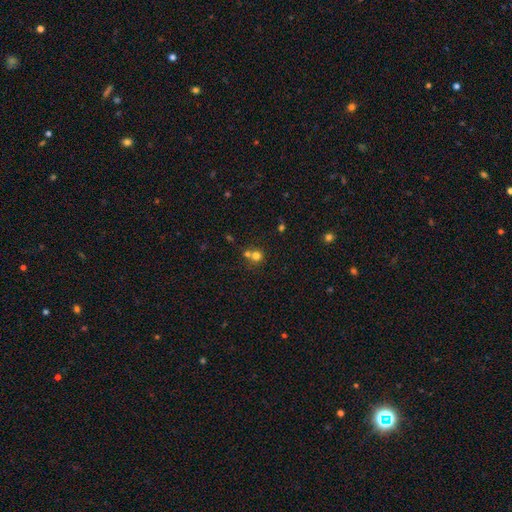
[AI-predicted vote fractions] Q: Smooth or featured?
A: smooth (72%); runner-up: star or artifact (17%)
Q: How rounded?
A: round (89%); runner-up: in between (10%)
Q: Merging?
A: none (48%); runner-up: merger (42%)